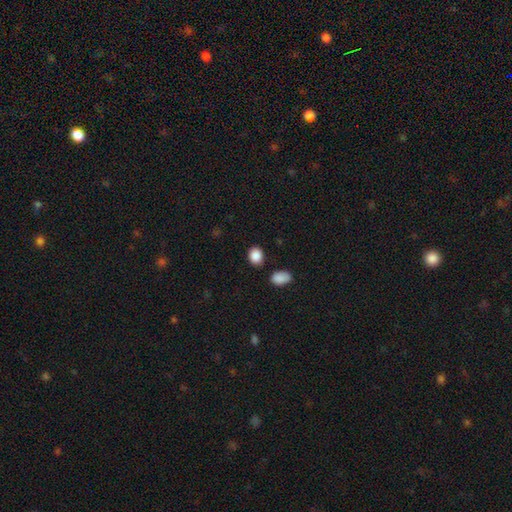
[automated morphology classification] smooth 89%, star or artifact 8%, featured or disk 3%. Down the decision tree: how rounded — in between (55%); merging — none (81%).